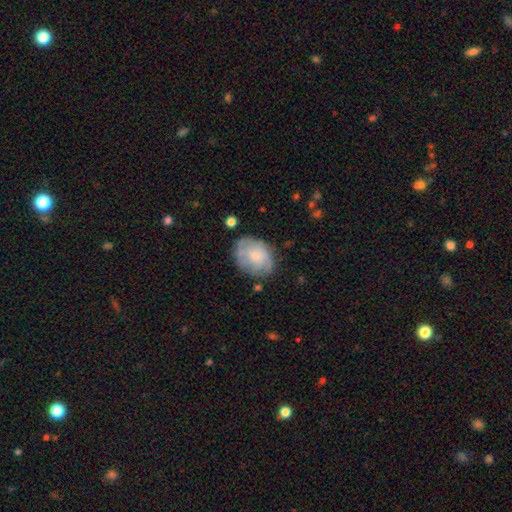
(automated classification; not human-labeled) A smooth galaxy with no disk features (52%) that is in between round and cigar-shaped (59%). Merging: none (66%).